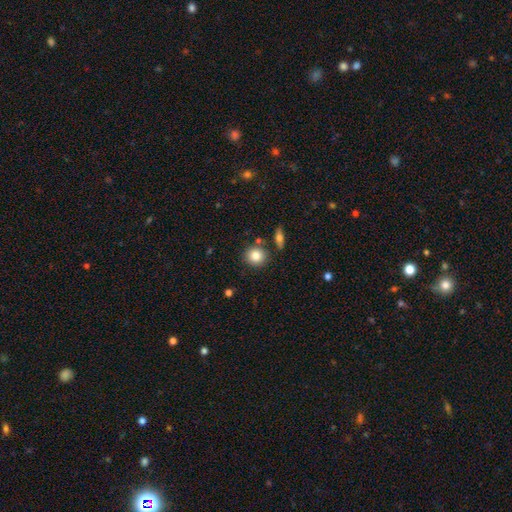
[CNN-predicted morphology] This is clearly a smooth galaxy (82%). How rounded: clearly round (84%). Merging: clearly none (81%).